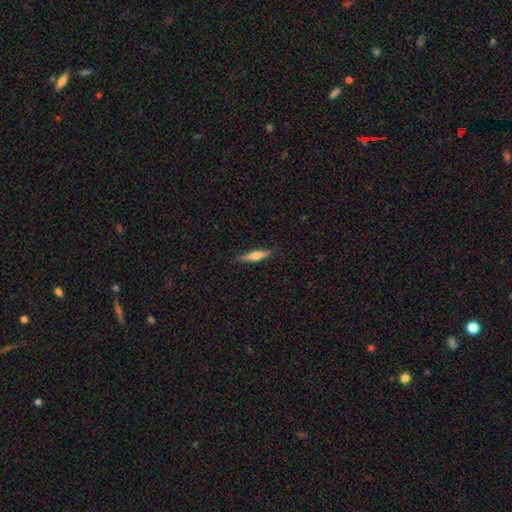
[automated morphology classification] Smooth or featured: smooth — 59% (featured or disk — 35%)
How rounded: cigar-shaped — 83% (in between — 15%)
Merging: none — 87% (minor disturbance — 10%)